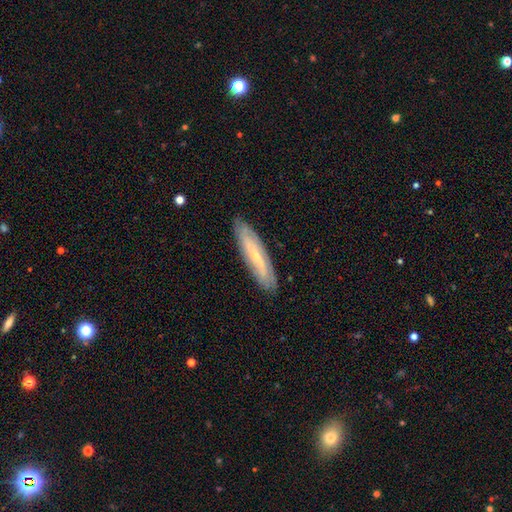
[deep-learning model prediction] A featured or disk galaxy (54%). Merging: none (86%).